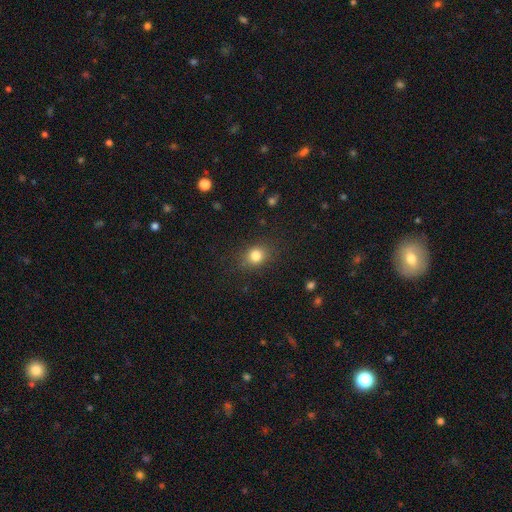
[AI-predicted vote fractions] Overall: smooth (82%). How rounded: round (65%; in between 34%). Merging: none (84%).